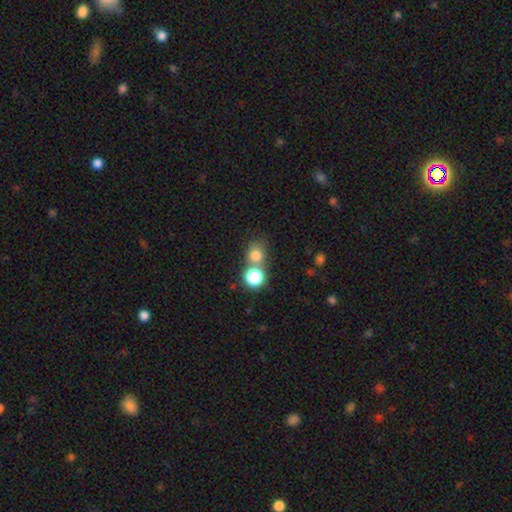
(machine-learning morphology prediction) smooth_or_featured: smooth (p=0.76) [alt: star or artifact p=0.15]
how_rounded: round (p=0.79) [alt: in between p=0.20]
merging: none (p=0.48) [alt: merger p=0.40]